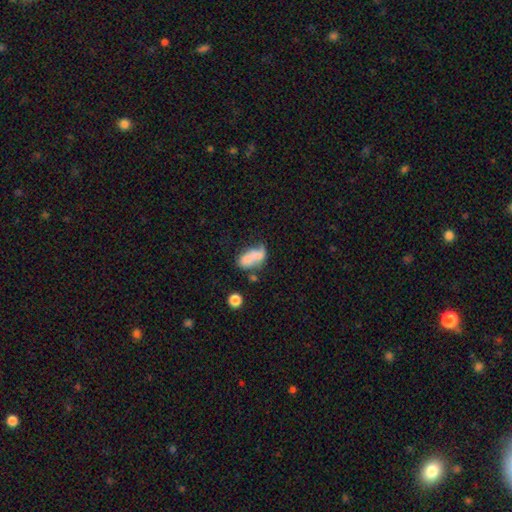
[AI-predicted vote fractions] Morphology: type=smooth (59%); roundness=in between (86%); merging=none (28%).